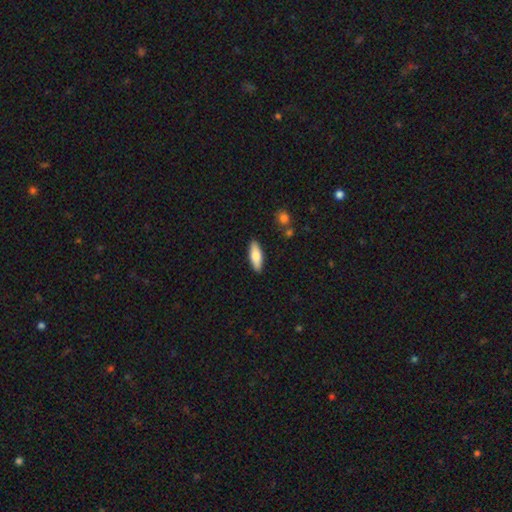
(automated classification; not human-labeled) Smooth or featured: smooth — 75% (featured or disk — 19%)
How rounded: in between — 59% (cigar-shaped — 39%)
Merging: none — 89% (minor disturbance — 8%)